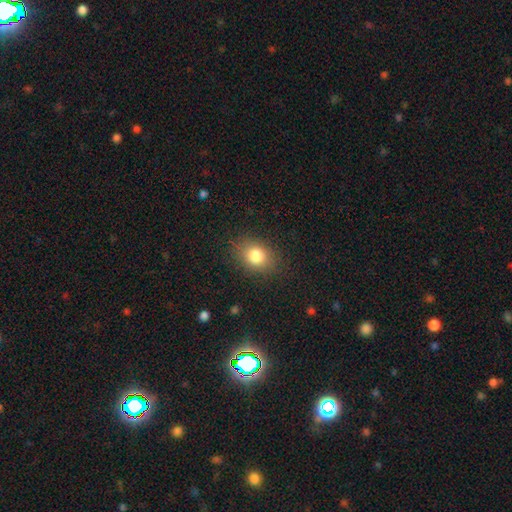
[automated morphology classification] The model was most divided on "how rounded": in between: 55%, round: 44%, cigar-shaped: 1%. More confident: merging — none (85%); smooth or featured — smooth (81%).